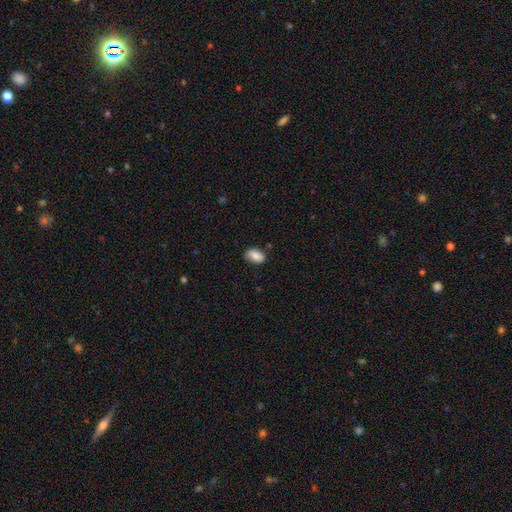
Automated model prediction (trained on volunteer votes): smooth 81%, featured or disk 11%, star or artifact 8%. Down the decision tree: how rounded — in between (88%); merging — none (68%).